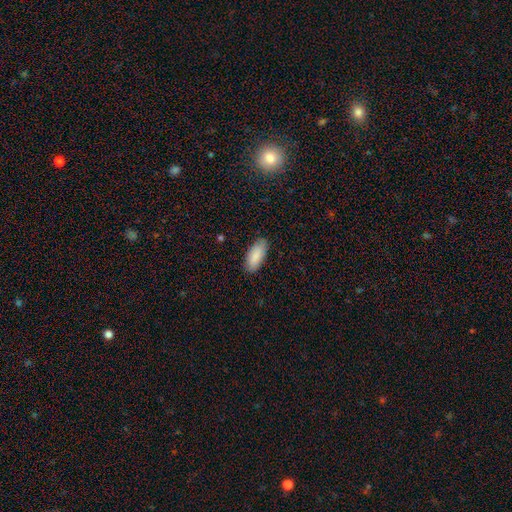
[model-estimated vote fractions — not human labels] This is clearly a smooth galaxy (89%). How rounded: clearly in between (87%). Merging: clearly none (86%).